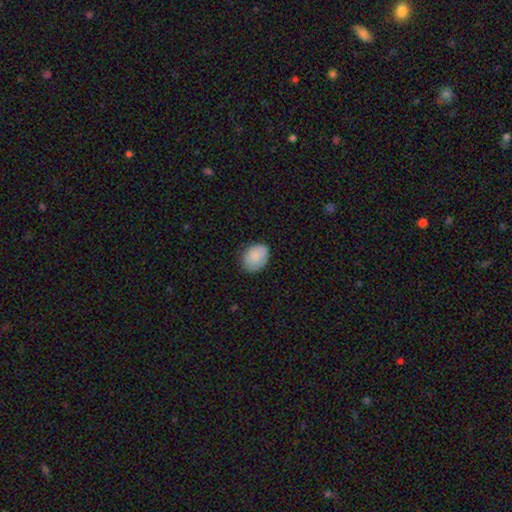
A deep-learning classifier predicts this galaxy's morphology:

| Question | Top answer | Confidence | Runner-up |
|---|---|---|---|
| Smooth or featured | smooth | 84% | featured or disk (9%) |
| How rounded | in between | 67% | round (32%) |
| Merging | none | 76% | minor disturbance (19%) |